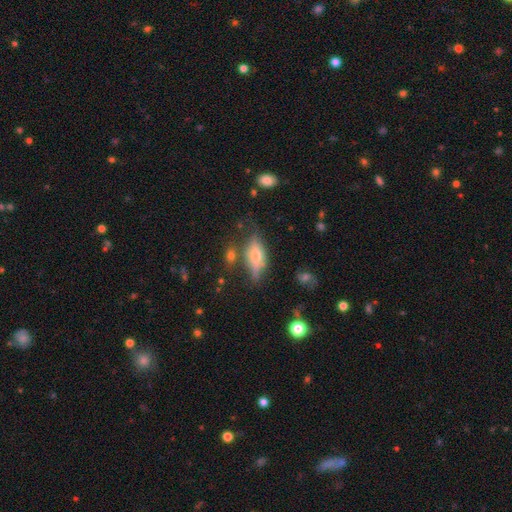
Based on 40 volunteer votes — Smooth or featured?
  - featured or disk: 52% *
  - smooth: 35%
  - star or artifact: 12%
Edge-on disk?
  - yes: 81% *
  - no: 19%
Edge-on bulge?
  - rounded: 71% *
  - boxy: 29%
  - none: 0%
Merging?
  - none: 69% *
  - minor disturbance: 23%
  - merger: 9%
  - major disturbance: 0%